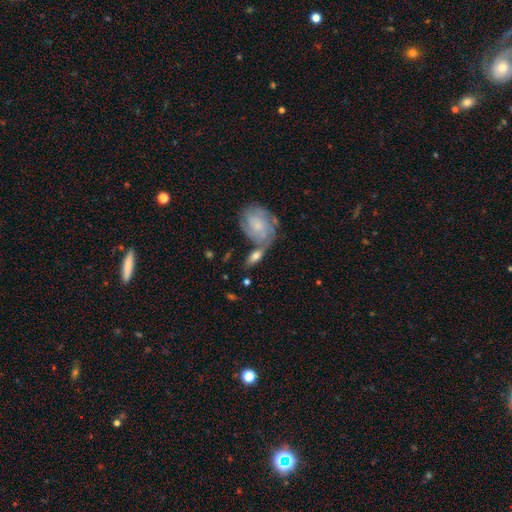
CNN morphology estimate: A featured or disk galaxy (55%). Merging: none (50%).